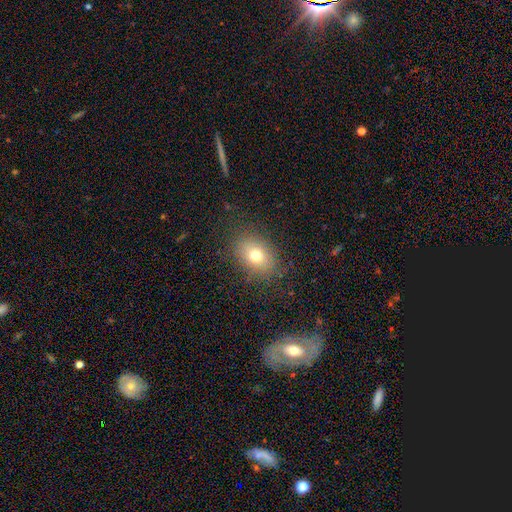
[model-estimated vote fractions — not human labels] Morphology: type=smooth (73%); roundness=in between (67%); merging=none (83%).